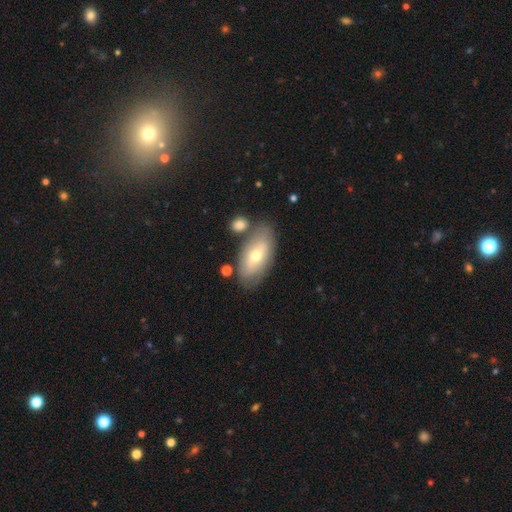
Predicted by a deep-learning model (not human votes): smooth_or_featured: smooth (p=0.54) [alt: featured or disk p=0.39]
how_rounded: in between (p=0.91) [alt: cigar-shaped p=0.05]
merging: none (p=0.69) [alt: minor disturbance p=0.16]